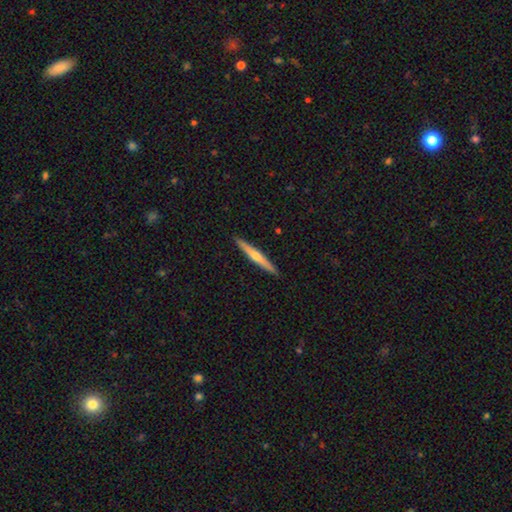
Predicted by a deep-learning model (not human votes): featured or disk 59%, smooth 36%, star or artifact 5%. Down the decision tree: edge-on disk — yes (97%); edge-on bulge — rounded (81%); merging — none (92%).